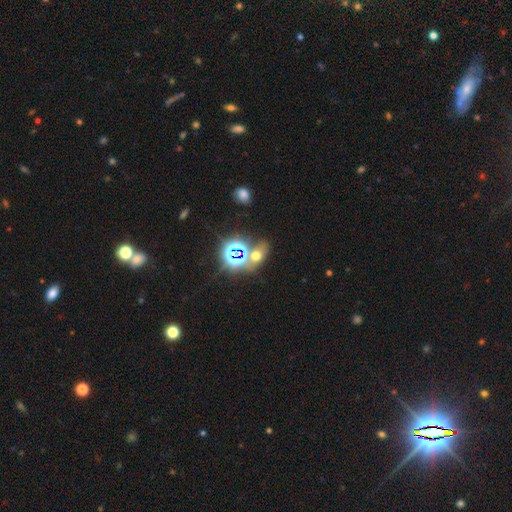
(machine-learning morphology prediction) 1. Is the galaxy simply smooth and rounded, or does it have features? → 44% star or artifact, 43% smooth, 13% featured or disk.